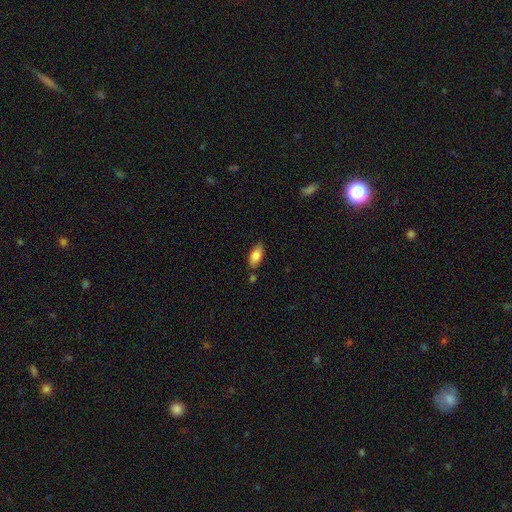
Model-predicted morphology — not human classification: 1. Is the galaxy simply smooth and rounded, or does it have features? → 81% smooth, 12% featured or disk, 7% star or artifact.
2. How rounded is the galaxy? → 90% in between, 7% cigar-shaped, 3% round.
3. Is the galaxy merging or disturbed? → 77% none, 14% minor disturbance, 6% merger, 3% major disturbance.